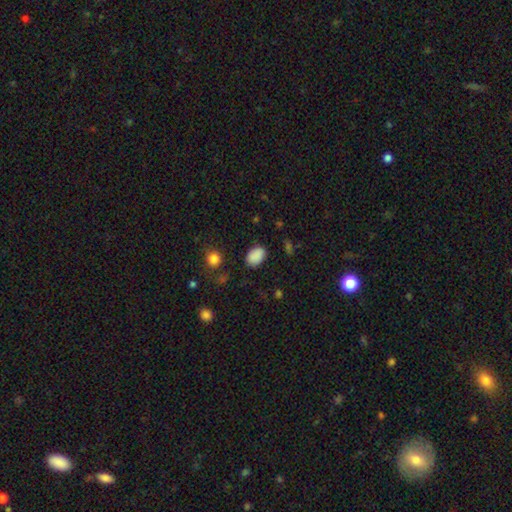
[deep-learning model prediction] The model was most divided on "how rounded": in between: 82%, round: 17%, cigar-shaped: 1%. More confident: smooth or featured — smooth (88%); merging — none (84%).